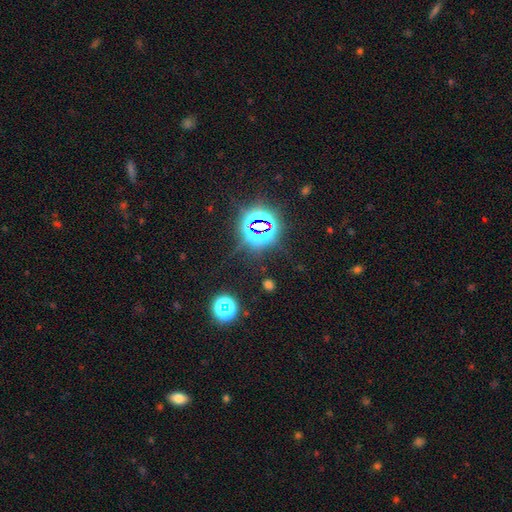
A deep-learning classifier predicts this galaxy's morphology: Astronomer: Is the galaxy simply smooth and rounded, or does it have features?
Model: star or artifact — 81%.